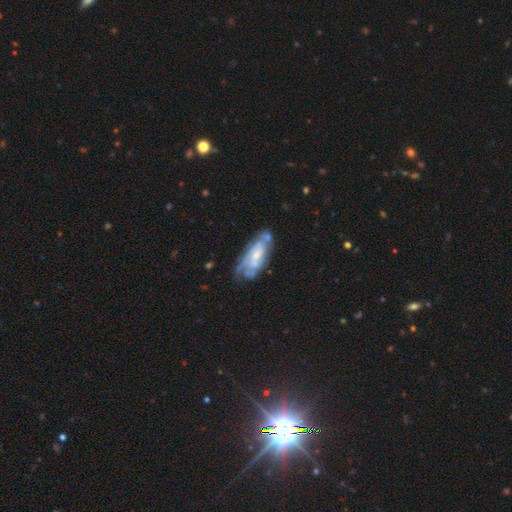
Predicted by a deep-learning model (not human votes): smooth-or-featured: featured or disk: 68% | smooth: 25% | star or artifact: 7%
  disk-edge-on: no: 90% | yes: 10%
    bar: no: 64% | weak: 29% | strong: 7%
    has-spiral-arms: yes: 73% | no: 27%
    bulge-size: small: 48% | moderate: 39% | none: 7% | large: 5% | dominant: 1%
  merging: none: 48% | minor disturbance: 26% | major disturbance: 15% | merger: 11%